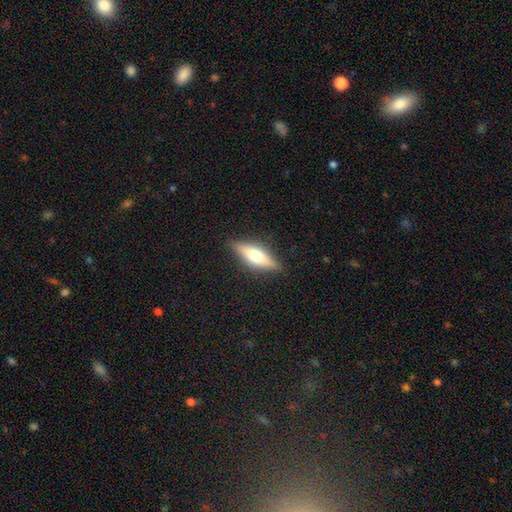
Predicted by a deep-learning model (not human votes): A featured or disk galaxy (48%).

Vote fractions:
- Smooth or featured? featured or disk: 48% / smooth: 46% / star or artifact: 7%
- Merging? none: 87% / minor disturbance: 10% / major disturbance: 2% / merger: 1%